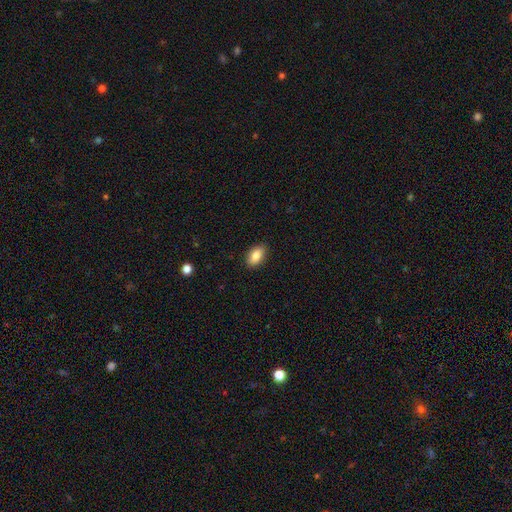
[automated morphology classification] Smooth or featured: smooth — 86% (star or artifact — 7%)
How rounded: in between — 92% (round — 5%)
Merging: none — 87% (minor disturbance — 10%)